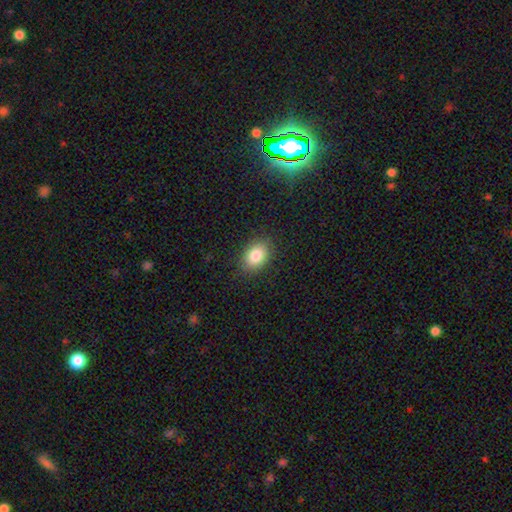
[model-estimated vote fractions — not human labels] A smooth galaxy with no disk features (84%) that is in between round and cigar-shaped (78%). Merging: none (87%).